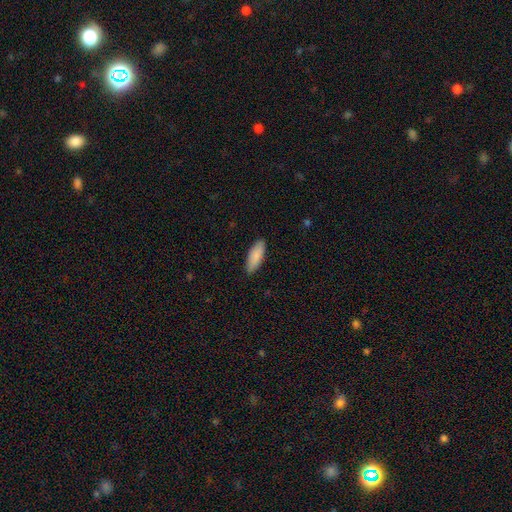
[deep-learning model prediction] A smooth galaxy with no disk features (88%) that is in between round and cigar-shaped (67%). Merging: none (89%).